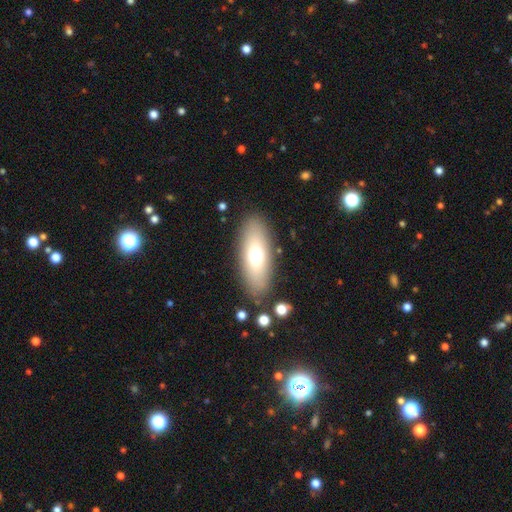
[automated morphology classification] smooth-or-featured: smooth: 67% | featured or disk: 24% | star or artifact: 9%
  how-rounded: in between: 77% | cigar-shaped: 19% | round: 4%
  merging: none: 85% | minor disturbance: 9% | major disturbance: 4% | merger: 2%